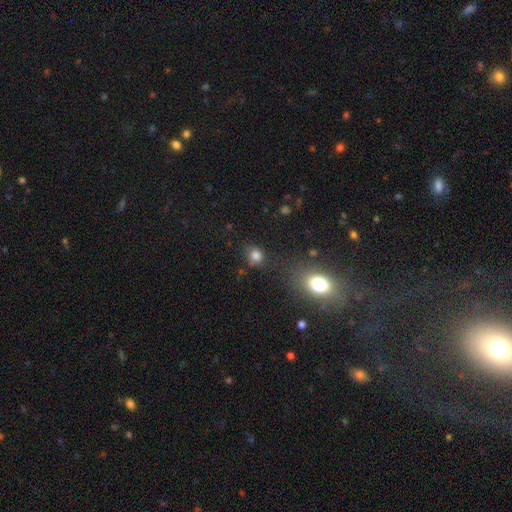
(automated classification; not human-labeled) smooth 80%, star or artifact 14%, featured or disk 6%. Down the decision tree: how rounded — round (67%); merging — none (66%).